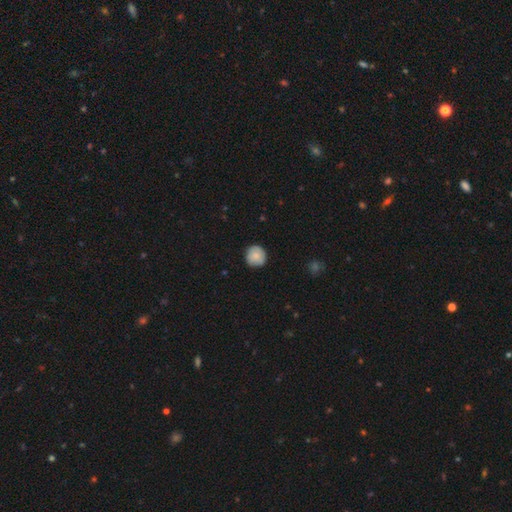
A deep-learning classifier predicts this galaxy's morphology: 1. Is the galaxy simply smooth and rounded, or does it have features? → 82% smooth, 11% featured or disk, 7% star or artifact.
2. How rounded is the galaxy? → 93% round, 6% in between, 1% cigar-shaped.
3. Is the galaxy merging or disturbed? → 85% none, 12% minor disturbance, 2% major disturbance, 1% merger.